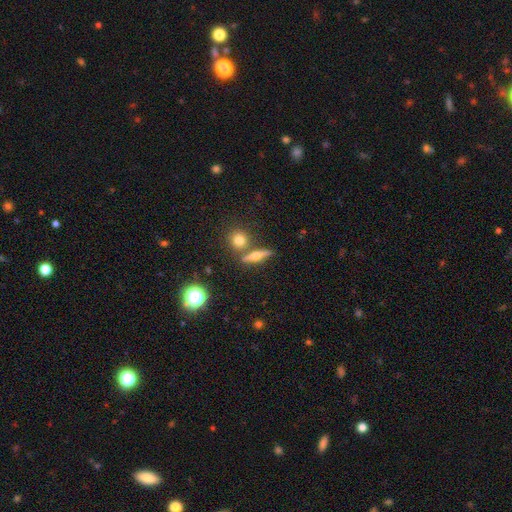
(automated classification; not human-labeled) This is possibly a featured or disk galaxy (54%). It is clearly viewed edge-on (92%). Merging: likely none (77%).